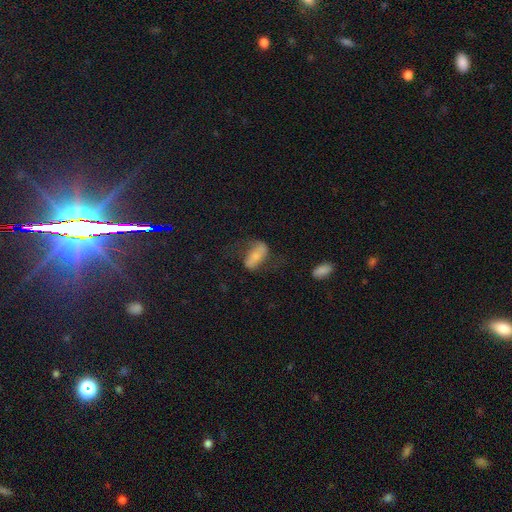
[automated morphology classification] smooth 51%, featured or disk 40%, star or artifact 9%. Down the decision tree: how rounded — in between (85%); merging — none (49%).